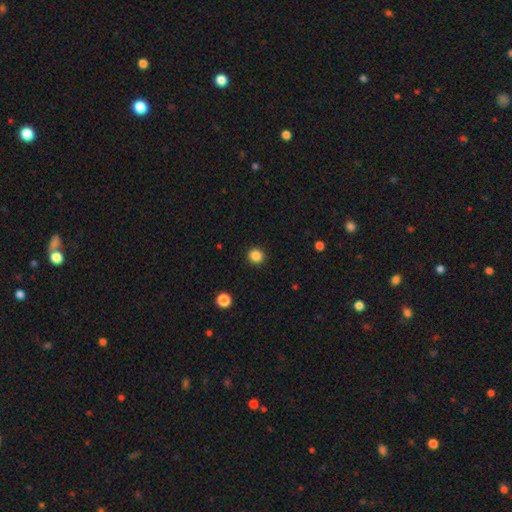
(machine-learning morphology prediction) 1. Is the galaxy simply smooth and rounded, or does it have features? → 86% smooth, 11% star or artifact, 3% featured or disk.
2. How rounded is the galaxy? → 92% round, 7% in between, 1% cigar-shaped.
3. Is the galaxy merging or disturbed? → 92% none, 5% minor disturbance, 2% major disturbance, 1% merger.